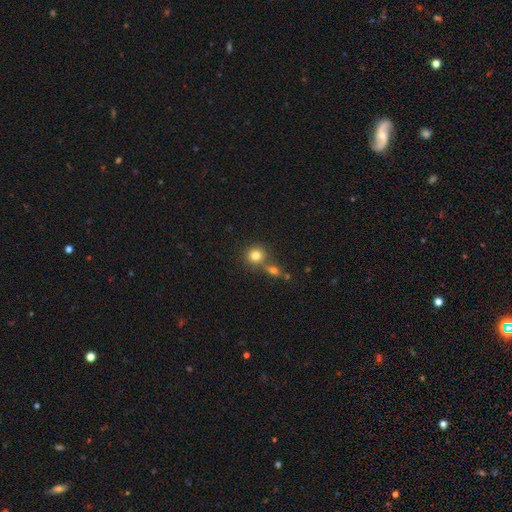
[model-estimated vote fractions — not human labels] Smooth or featured? Predicted: smooth (p=0.80). How rounded? Predicted: round (p=0.87). Merging? Predicted: none (p=0.59).